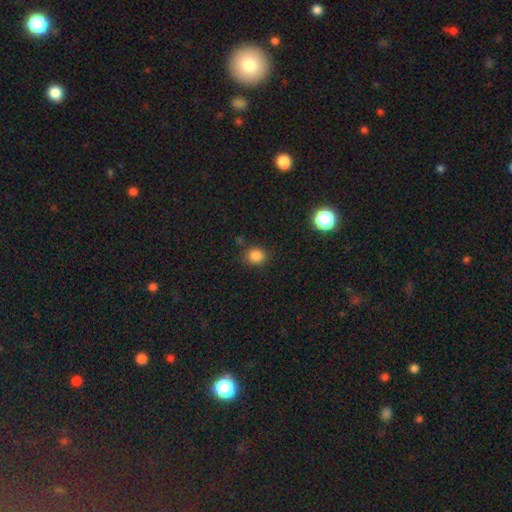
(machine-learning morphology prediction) Smooth or featured? smooth (83%)
How rounded? round (80%)
Merging? none (83%)